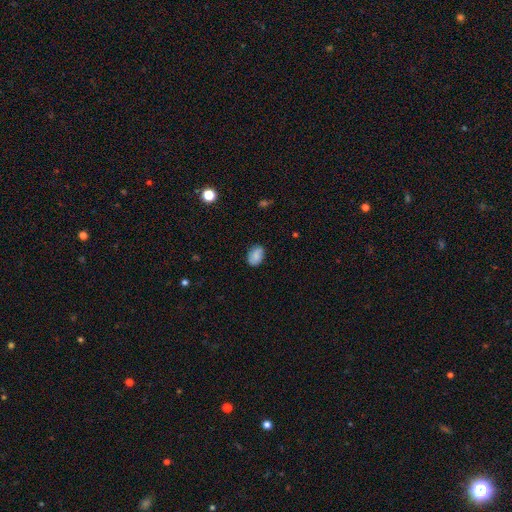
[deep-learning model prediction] Overall: smooth (79%). How rounded: in between (80%). Merging: none (79%).